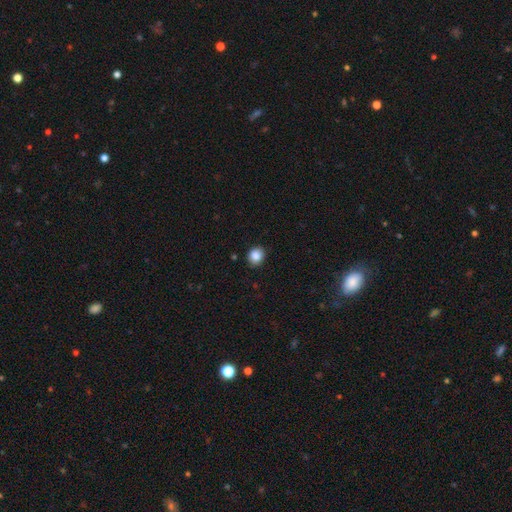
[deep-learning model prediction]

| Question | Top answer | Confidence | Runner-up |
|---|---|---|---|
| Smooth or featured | smooth | 87% | star or artifact (9%) |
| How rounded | round | 76% | in between (24%) |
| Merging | none | 89% | minor disturbance (8%) |